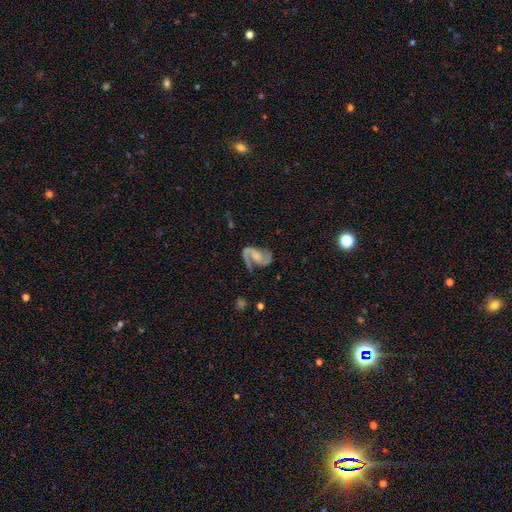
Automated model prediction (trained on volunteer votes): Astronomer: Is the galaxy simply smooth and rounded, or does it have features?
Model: featured or disk — 89%.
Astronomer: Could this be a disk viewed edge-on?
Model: no — 98%.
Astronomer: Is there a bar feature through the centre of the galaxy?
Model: no — 46% (runner-up: weak, 38%).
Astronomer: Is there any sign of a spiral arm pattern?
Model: yes — 97%.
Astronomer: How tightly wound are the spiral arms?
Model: medium — 54% (runner-up: loose, 31%).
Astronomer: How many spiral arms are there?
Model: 2 — 93%.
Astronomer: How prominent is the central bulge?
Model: none — 46%.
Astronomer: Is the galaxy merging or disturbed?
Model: none — 73%.